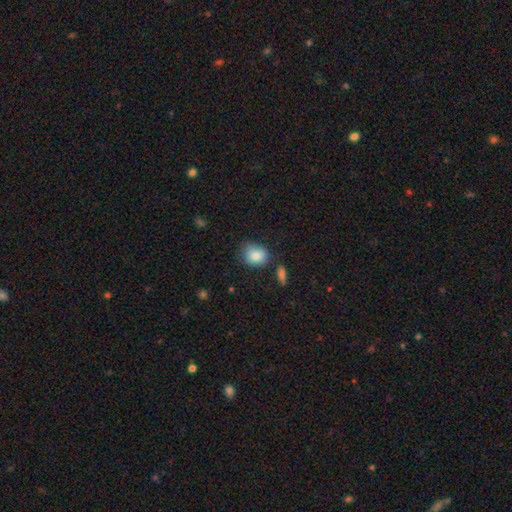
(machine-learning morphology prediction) type=smooth (84%); roundness=round (56%); merging=none (67%).